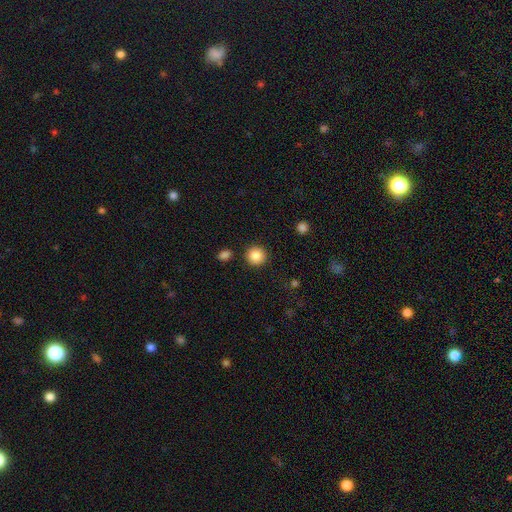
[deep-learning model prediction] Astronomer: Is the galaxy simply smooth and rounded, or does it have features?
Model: smooth — 88%.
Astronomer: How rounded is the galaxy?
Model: round — 94%.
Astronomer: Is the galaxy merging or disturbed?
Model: none — 89%.